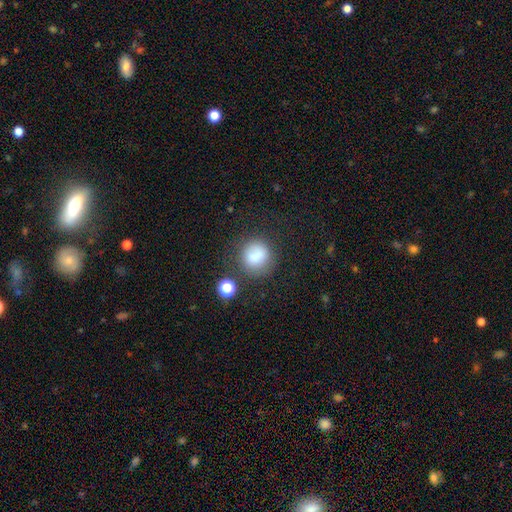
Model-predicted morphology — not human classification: Q: Smooth or featured?
A: smooth (81%); runner-up: star or artifact (11%)
Q: How rounded?
A: round (86%); runner-up: in between (13%)
Q: Merging?
A: none (69%); runner-up: minor disturbance (17%)